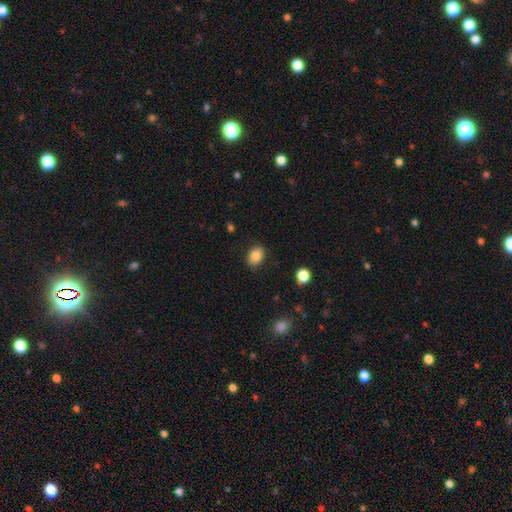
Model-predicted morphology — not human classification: A smooth galaxy with no disk features (83%) that is in between round and cigar-shaped (66%).

Vote fractions:
- Smooth or featured? smooth: 83% / star or artifact: 9% / featured or disk: 8%
- How rounded? in between: 66% / round: 33% / cigar-shaped: 1%
- Merging? none: 86% / minor disturbance: 10% / major disturbance: 2% / merger: 1%